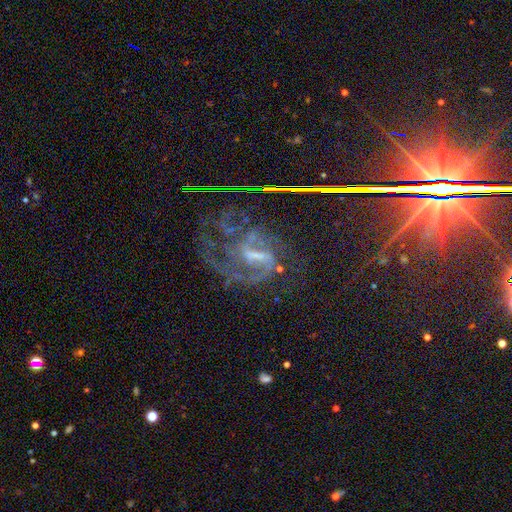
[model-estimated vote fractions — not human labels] Smooth or featured? featured or disk (79%)
Edge-on disk? no (97%)
Bar? weak (46%)
Spiral arms? yes (91%)
Spiral winding? medium (49%)
Spiral arm count? 2 (52%)
Bulge size? small (37%)
Merging? none (42%)